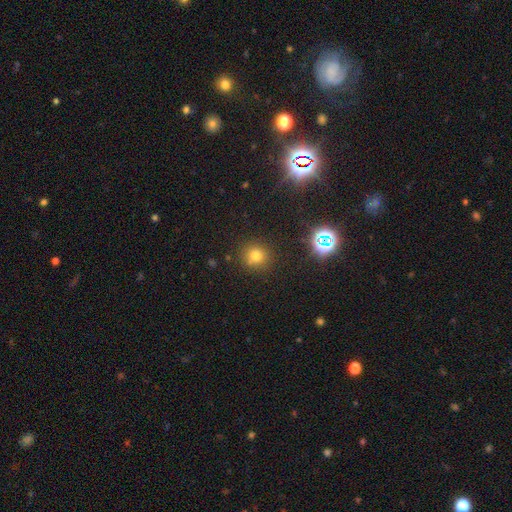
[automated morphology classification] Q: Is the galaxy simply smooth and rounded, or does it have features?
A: smooth — 71%.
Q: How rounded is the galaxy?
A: round — 89%.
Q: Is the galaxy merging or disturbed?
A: none — 82%.